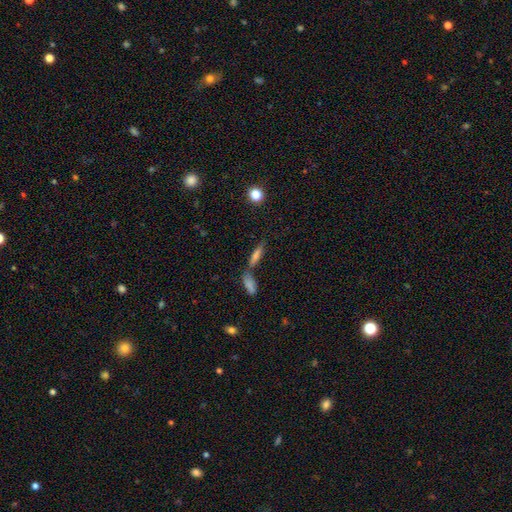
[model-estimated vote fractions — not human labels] This appears to be a smooth galaxy with no disk features (60%) that is cigar-shaped (69%). Merging: none (54%).